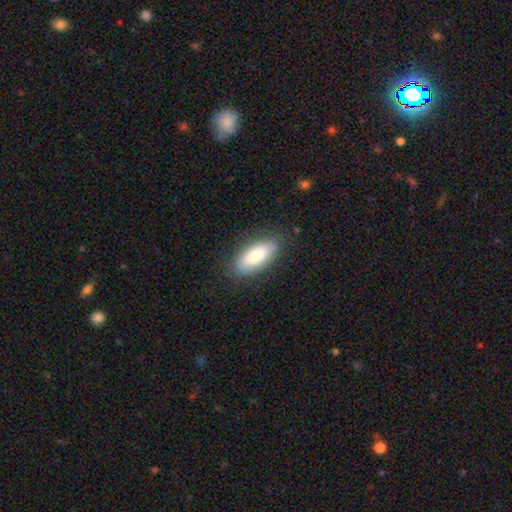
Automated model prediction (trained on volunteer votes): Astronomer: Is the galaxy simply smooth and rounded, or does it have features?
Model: smooth — 82%.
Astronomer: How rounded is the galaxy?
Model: in between — 85%.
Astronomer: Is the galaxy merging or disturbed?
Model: none — 82%.